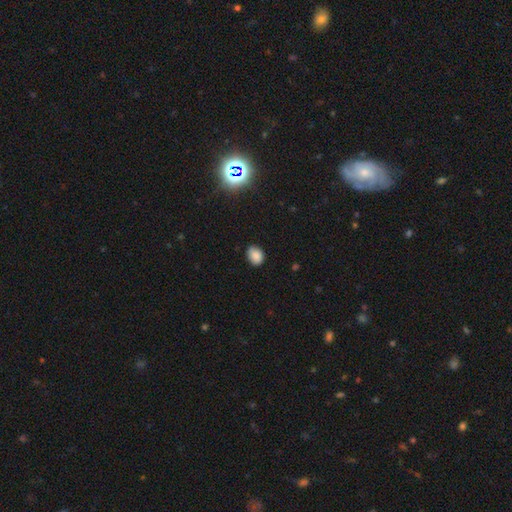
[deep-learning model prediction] Overall: smooth (86%). How rounded: in between (63%; round 36%). Merging: none (82%).